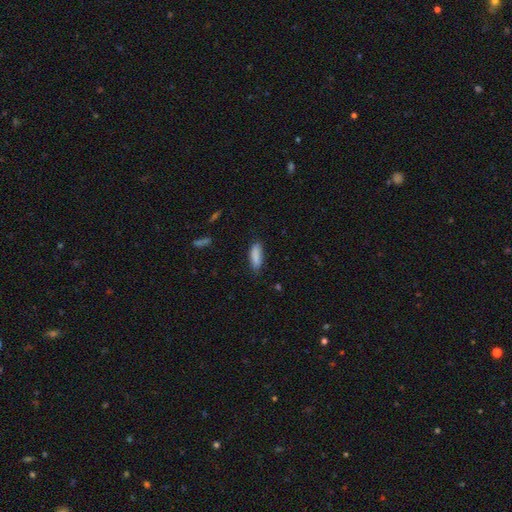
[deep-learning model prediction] smooth 86%, star or artifact 7%, featured or disk 7%. Down the decision tree: how rounded — in between (61%); merging — none (70%).